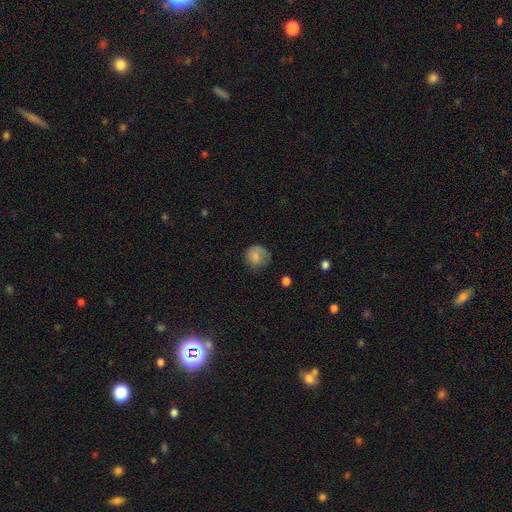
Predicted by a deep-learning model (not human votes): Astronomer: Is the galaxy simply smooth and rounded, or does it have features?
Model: smooth — 78%.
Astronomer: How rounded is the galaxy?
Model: round — 86%.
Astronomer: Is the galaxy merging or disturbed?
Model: none — 63%.